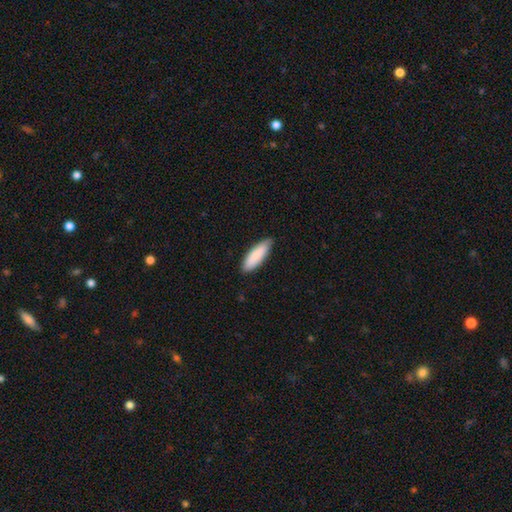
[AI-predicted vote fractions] Overall: smooth (89%). How rounded: in between (54%; cigar-shaped 45%). Merging: none (82%).